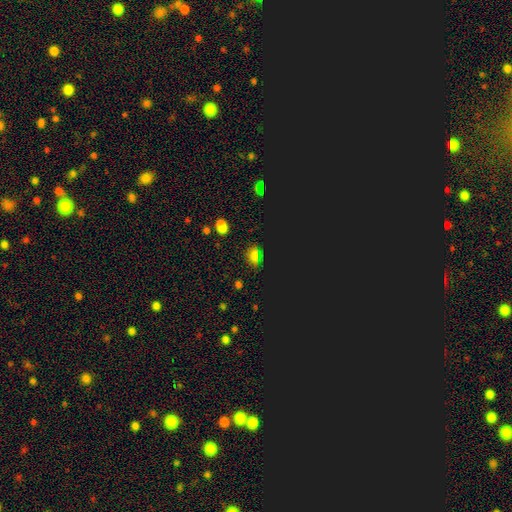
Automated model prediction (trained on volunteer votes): This is possibly a star or artifact rather than a galaxy (54%).